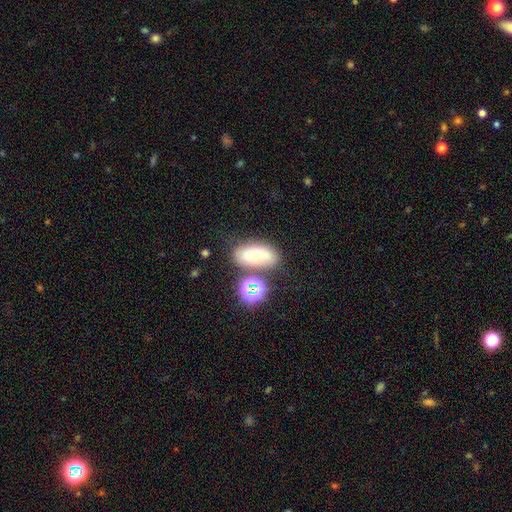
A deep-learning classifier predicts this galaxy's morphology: A smooth galaxy with no disk features (58%) that is in between round and cigar-shaped (85%).

Vote fractions:
- Smooth or featured? smooth: 58% / featured or disk: 26% / star or artifact: 15%
- How rounded? in between: 85% / round: 12% / cigar-shaped: 3%
- Merging? none: 67% / minor disturbance: 14% / merger: 14% / major disturbance: 5%